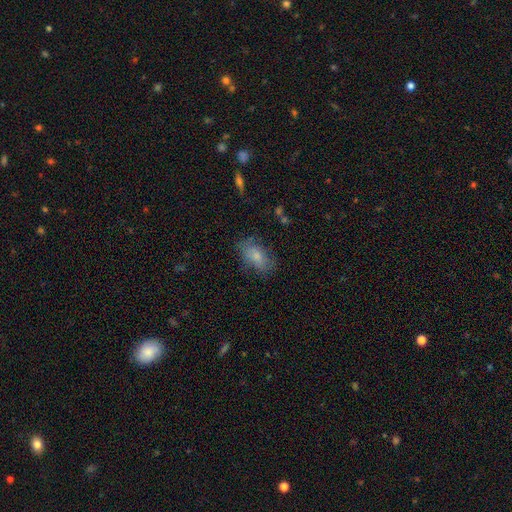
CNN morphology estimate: A smooth galaxy with no disk features (72%) that is in between round and cigar-shaped (89%). Merging: none (69%).